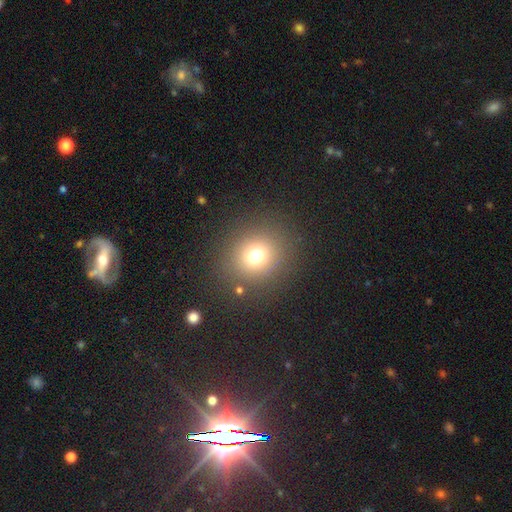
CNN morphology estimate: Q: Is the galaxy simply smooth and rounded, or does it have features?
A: smooth — 72%.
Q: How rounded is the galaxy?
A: round — 84%.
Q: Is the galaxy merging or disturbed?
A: none — 85%.